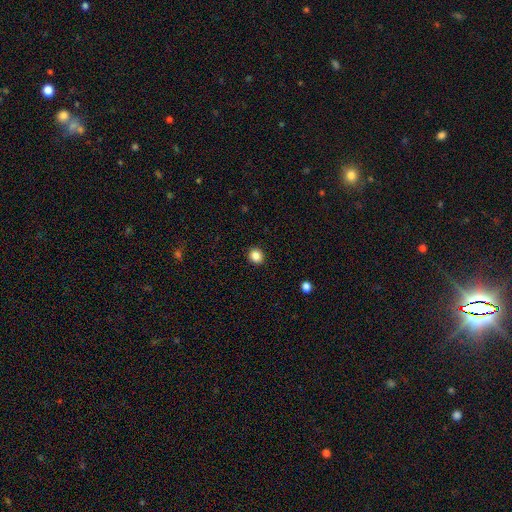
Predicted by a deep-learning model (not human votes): Smooth or featured? smooth (86%)
How rounded? round (83%)
Merging? none (91%)